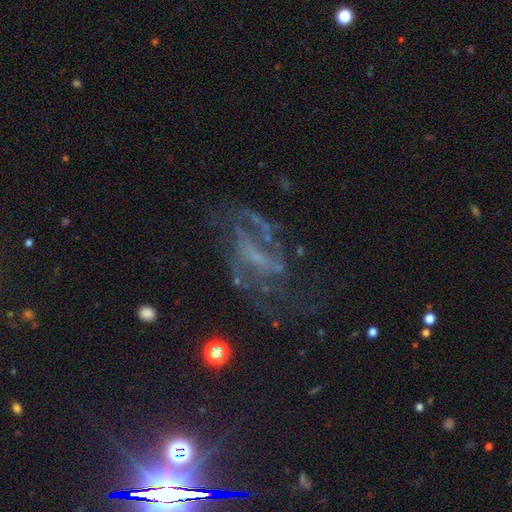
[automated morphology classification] smooth_or_featured: featured or disk (p=0.73) [alt: star or artifact p=0.17]
disk_edge_on: no (p=0.95) [alt: yes p=0.05]
bar: weak (p=0.40) [alt: strong p=0.33]
has_spiral_arms: yes (p=0.81) [alt: no p=0.19]
spiral_winding: medium (p=0.45) [alt: loose p=0.34]
spiral_arm_count: 2 (p=0.53) [alt: can't tell p=0.25]
bulge_size: none (p=0.50) [alt: small p=0.31]
merging: none (p=0.50) [alt: major disturbance p=0.29]